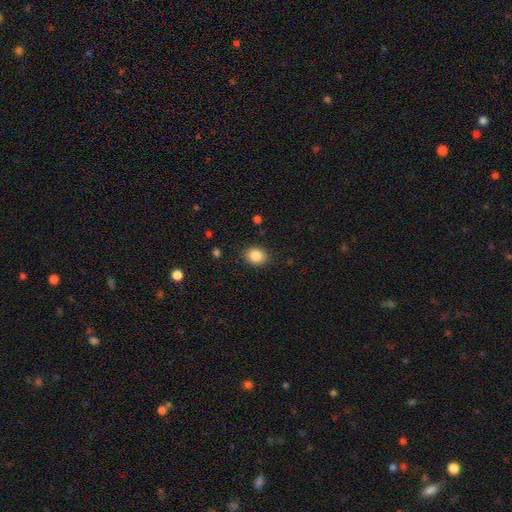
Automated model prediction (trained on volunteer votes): A smooth galaxy with no disk features (86%) that is round (51%).

Vote fractions:
- Smooth or featured? smooth: 86% / star or artifact: 9% / featured or disk: 5%
- How rounded? round: 51% / in between: 48% / cigar-shaped: 1%
- Merging? none: 88% / minor disturbance: 9% / major disturbance: 2% / merger: 1%